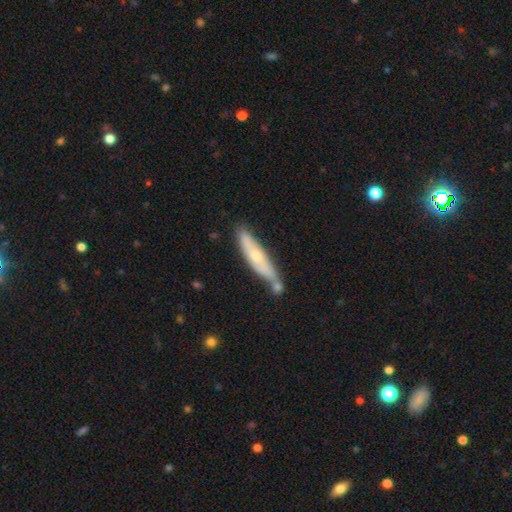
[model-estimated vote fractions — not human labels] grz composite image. It shows a smooth galaxy with no disk features (51%) that is cigar-shaped (82%). Merging: none (57%).